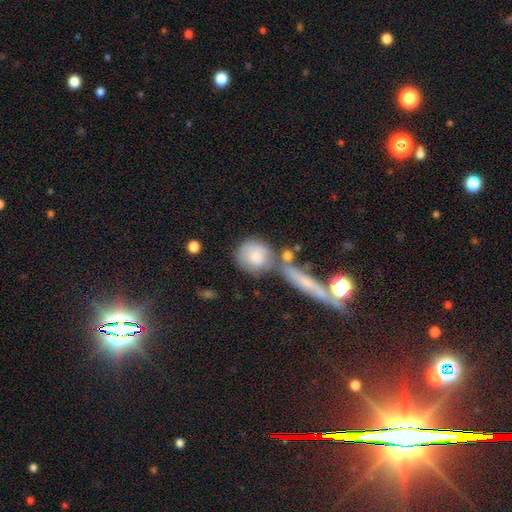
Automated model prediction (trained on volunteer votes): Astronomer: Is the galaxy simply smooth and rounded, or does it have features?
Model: smooth — 74%.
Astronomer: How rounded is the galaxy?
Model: round — 79%.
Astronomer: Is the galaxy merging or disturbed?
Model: none — 43% (runner-up: merger, 32%).